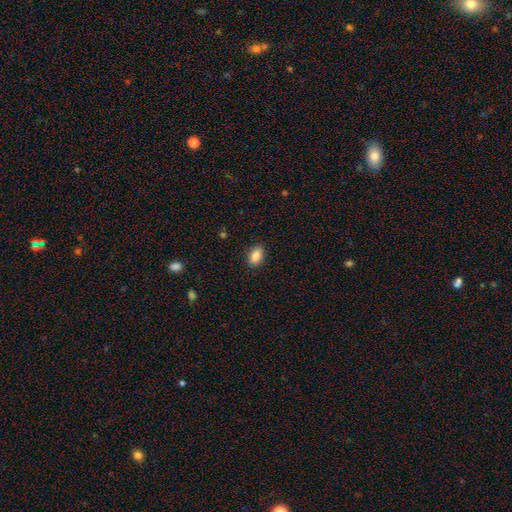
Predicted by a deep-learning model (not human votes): Overall: smooth (87%). How rounded: in between (87%). Merging: none (88%).